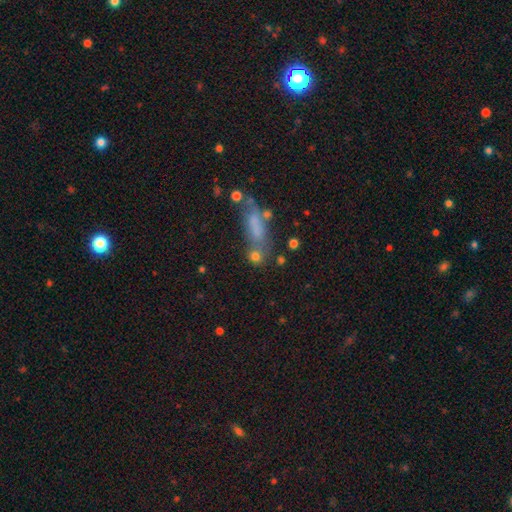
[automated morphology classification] This is likely a smooth galaxy (67%). How rounded: marginally in between (40%). Merging: possibly none (53%).